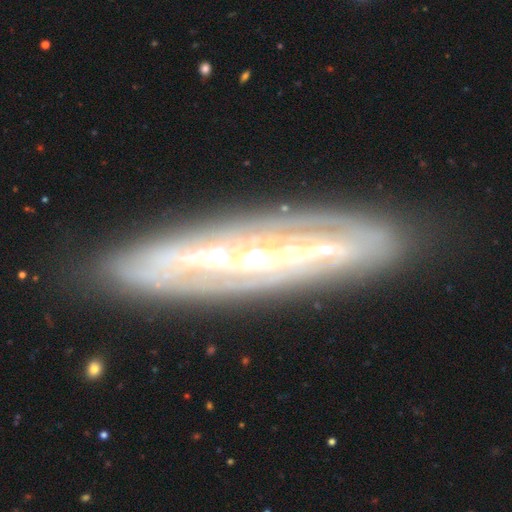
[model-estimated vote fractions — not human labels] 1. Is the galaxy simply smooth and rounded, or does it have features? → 83% featured or disk, 11% smooth, 7% star or artifact.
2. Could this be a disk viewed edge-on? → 57% yes, 43% no.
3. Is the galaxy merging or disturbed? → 84% none, 11% minor disturbance, 3% major disturbance, 2% merger.